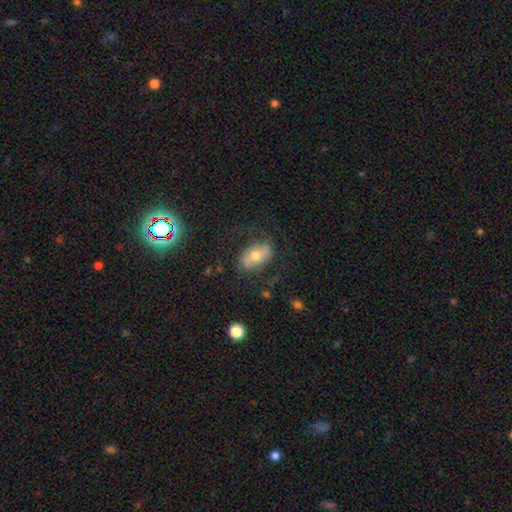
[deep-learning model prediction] smooth 54%, featured or disk 37%, star or artifact 10%. Down the decision tree: how rounded — in between (89%); merging — none (71%).